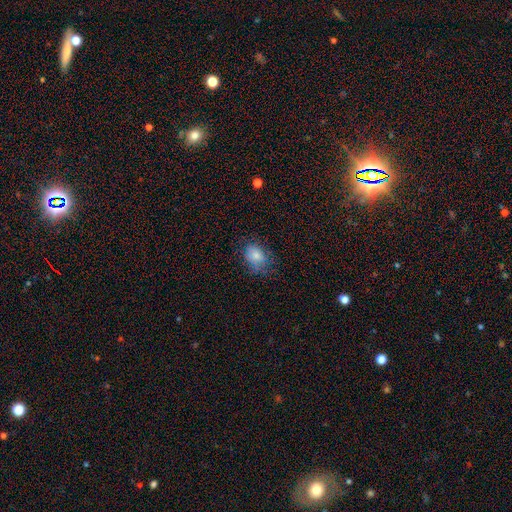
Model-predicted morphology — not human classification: Smooth or featured? Predicted: smooth (p=0.80). How rounded? Predicted: in between (p=0.60). Merging? Predicted: none (p=0.65).